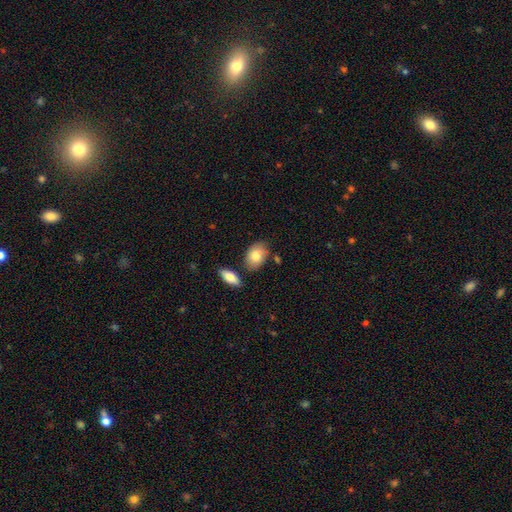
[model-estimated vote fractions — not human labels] A smooth galaxy with no disk features (81%) that is in between round and cigar-shaped (87%). Merging: none (75%).